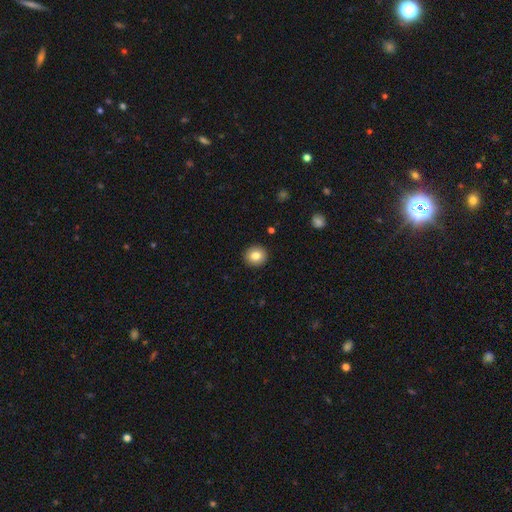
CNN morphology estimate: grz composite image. It shows a smooth galaxy with no disk features (83%) that is round (88%). Merging: none (92%).